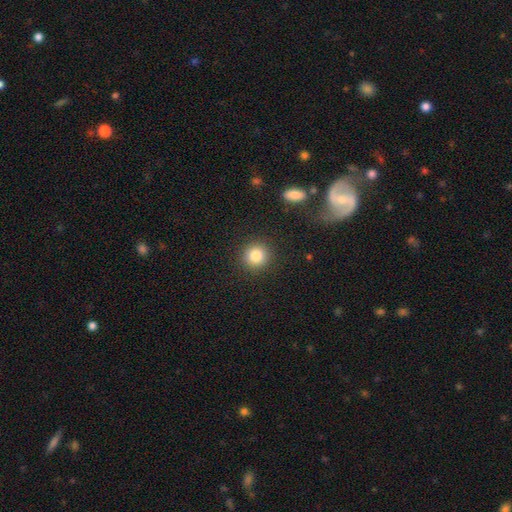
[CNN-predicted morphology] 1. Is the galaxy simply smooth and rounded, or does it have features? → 84% smooth, 11% star or artifact, 6% featured or disk.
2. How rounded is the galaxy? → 92% round, 7% in between, 1% cigar-shaped.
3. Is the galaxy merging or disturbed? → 90% none, 6% minor disturbance, 2% major disturbance, 1% merger.